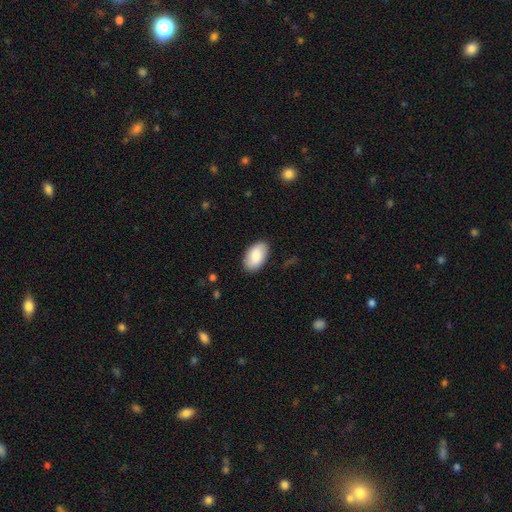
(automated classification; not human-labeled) smooth 83%, featured or disk 11%, star or artifact 6%. Down the decision tree: how rounded — in between (95%); merging — none (87%).